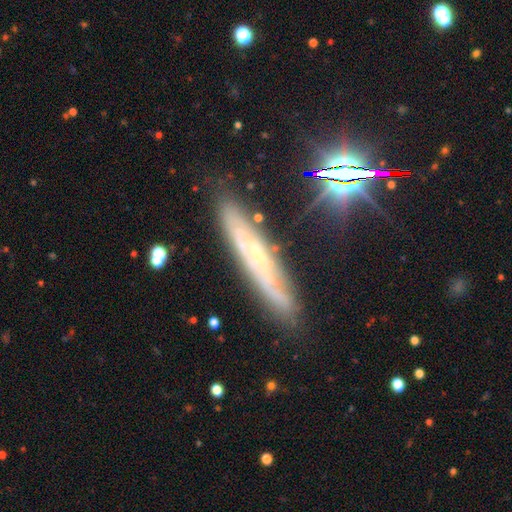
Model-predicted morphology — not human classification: A featured or disk galaxy (65%) viewed edge-on (64%). Merging: none (81%).